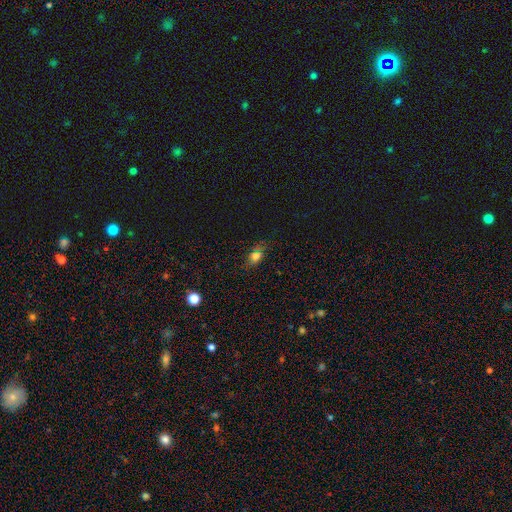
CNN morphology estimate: Smooth or featured: smooth — 65% (star or artifact — 23%)
How rounded: in between — 71% (round — 22%)
Merging: none — 79% (minor disturbance — 15%)